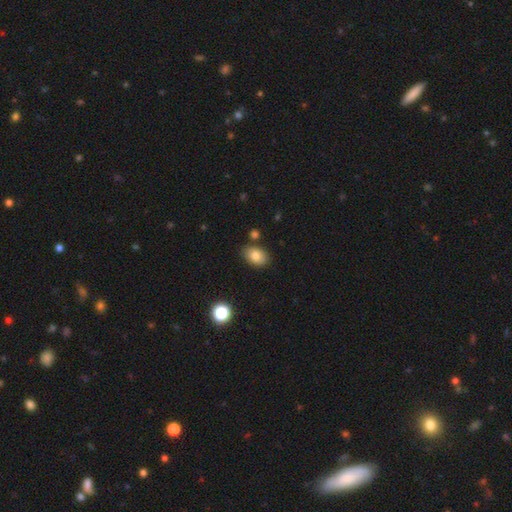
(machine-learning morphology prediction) smooth_or_featured: smooth (p=0.81) [alt: star or artifact p=0.10]
how_rounded: in between (p=0.82) [alt: round p=0.17]
merging: none (p=0.81) [alt: minor disturbance p=0.12]